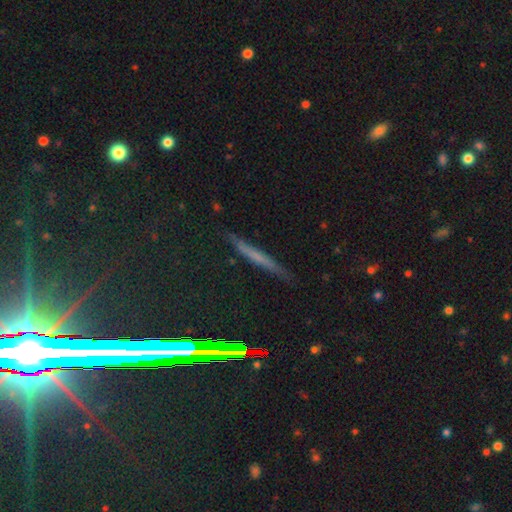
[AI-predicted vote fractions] Overall: featured or disk (41%; smooth 38%). Merging: none (82%).